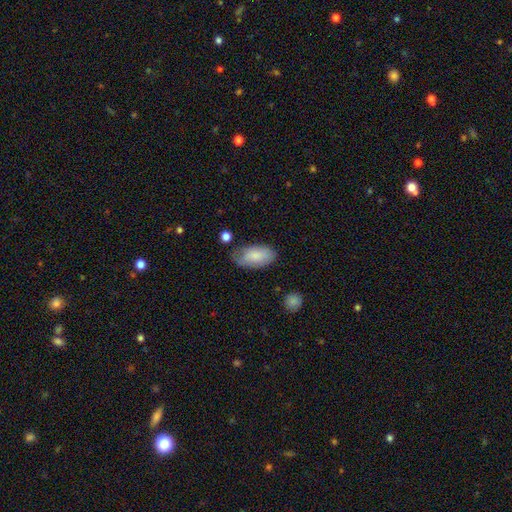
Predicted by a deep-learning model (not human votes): Smooth or featured? smooth (81%)
How rounded? in between (94%)
Merging? none (64%)